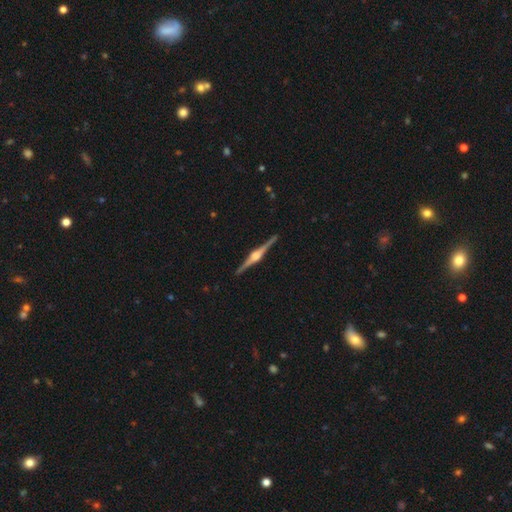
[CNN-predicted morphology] Overall: featured or disk (90%). Edge-on disk: yes (99%). Edge-on bulge: rounded (91%). Merging: none (92%).